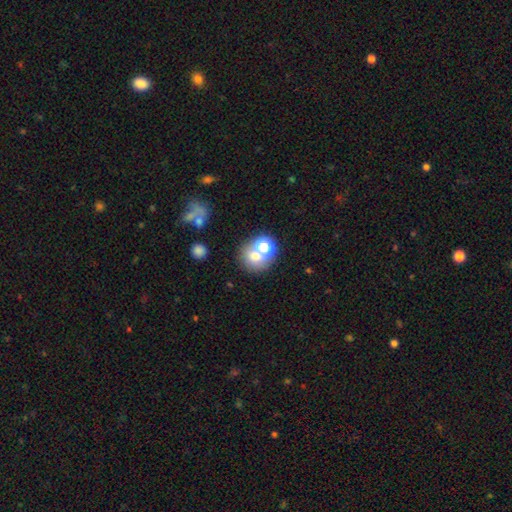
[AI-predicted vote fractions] smooth_or_featured: smooth (p=0.65) [alt: featured or disk p=0.18]
how_rounded: round (p=0.80) [alt: in between p=0.19]
merging: none (p=0.45) [alt: merger p=0.42]